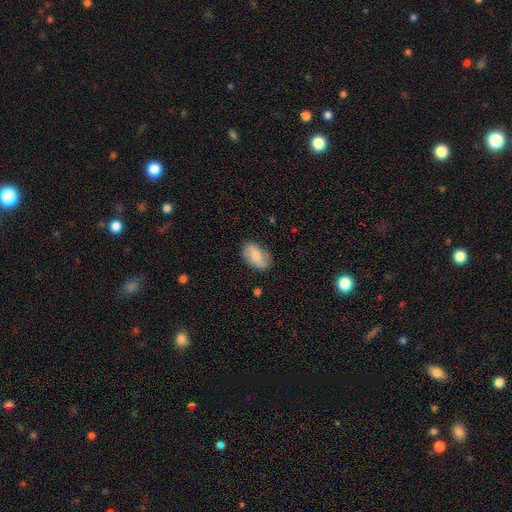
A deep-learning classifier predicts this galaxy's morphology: Smooth or featured?
  - smooth: 63% *
  - featured or disk: 30%
  - star or artifact: 7%
How rounded?
  - in between: 90% *
  - round: 8%
  - cigar-shaped: 2%
Merging?
  - none: 78% *
  - minor disturbance: 17%
  - major disturbance: 4%
  - merger: 1%